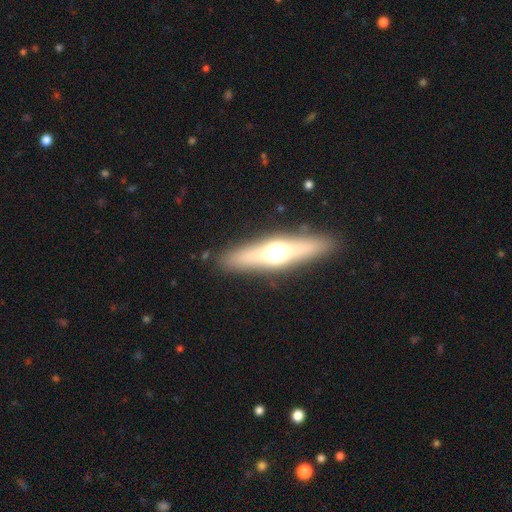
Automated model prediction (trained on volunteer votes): A featured or disk galaxy (68%) viewed edge-on (93%) with a rounded central bulge (91%). Merging: none (90%).